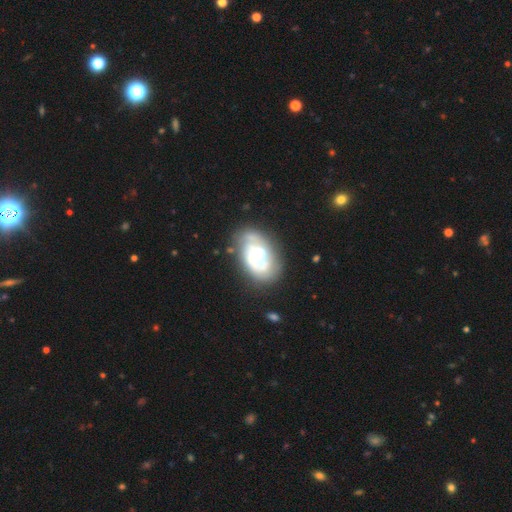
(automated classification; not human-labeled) Smooth or featured? Predicted: featured or disk (p=0.71). Edge-on disk? Predicted: no (p=0.97). Bar? Predicted: no (p=0.43). Spiral arms? Predicted: yes (p=0.72). Bulge size? Predicted: moderate (p=0.47). Merging? Predicted: none (p=0.56).